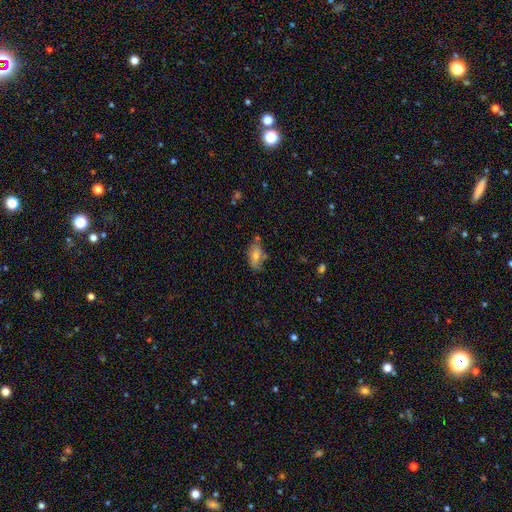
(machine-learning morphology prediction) Smooth or featured?
  - smooth: 64% *
  - featured or disk: 26%
  - star or artifact: 10%
How rounded?
  - in between: 83% *
  - cigar-shaped: 12%
  - round: 5%
Merging?
  - none: 62% *
  - minor disturbance: 23%
  - merger: 8%
  - major disturbance: 7%